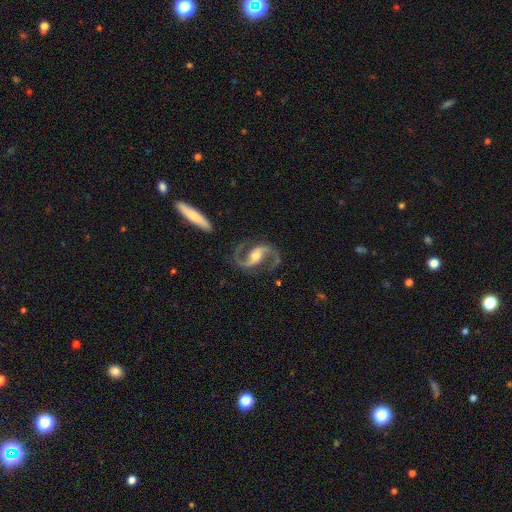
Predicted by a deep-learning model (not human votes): This appears to be a featured or disk galaxy (93%) with a weak bar (38%), 2 (94%) medium (54%) spiral arms (98%) and a moderate central bulge (65%). Merging: none (80%).